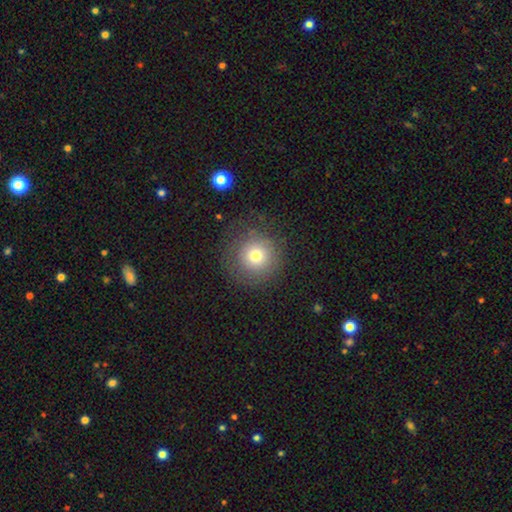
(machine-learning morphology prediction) smooth_or_featured: smooth (p=0.70) [alt: featured or disk p=0.18]
how_rounded: round (p=0.95) [alt: in between p=0.04]
merging: none (p=0.79) [alt: minor disturbance p=0.12]